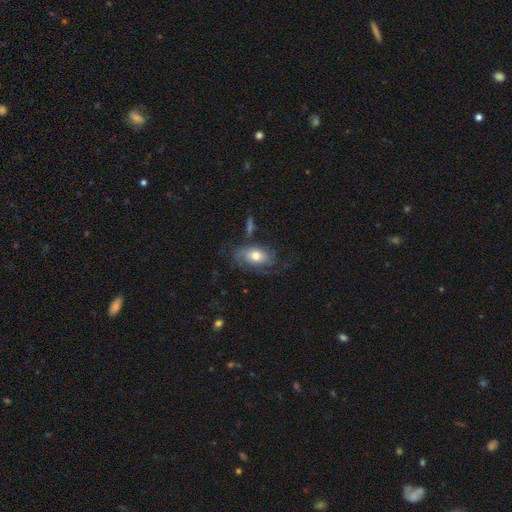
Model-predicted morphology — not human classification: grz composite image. It shows a featured or disk galaxy (49%). Merging: none (54%).